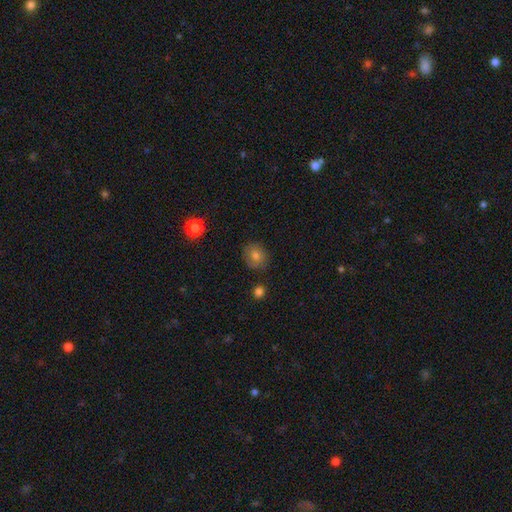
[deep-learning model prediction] Smooth or featured? smooth (76%)
How rounded? round (67%)
Merging? none (82%)